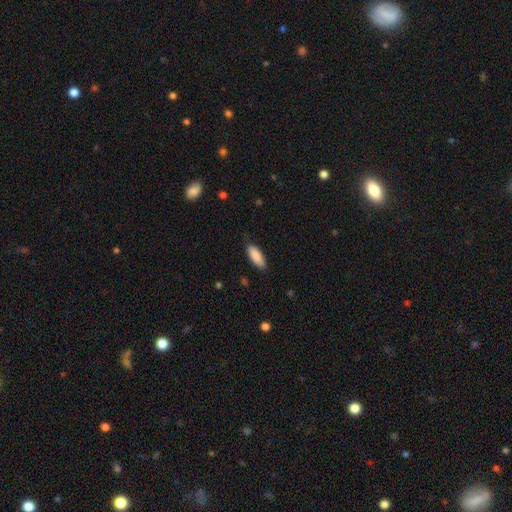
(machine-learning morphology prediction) Smooth or featured? smooth (89%)
How rounded? in between (73%)
Merging? none (81%)